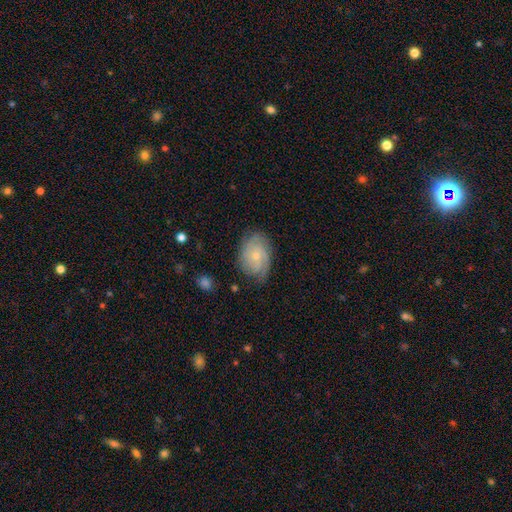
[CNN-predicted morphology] Q: Smooth or featured?
A: featured or disk (68%); runner-up: smooth (25%)
Q: Edge-on disk?
A: no (97%); runner-up: yes (3%)
Q: Bar?
A: no (75%); runner-up: weak (22%)
Q: Spiral arms?
A: yes (92%); runner-up: no (8%)
Q: Spiral winding?
A: tight (64%); runner-up: medium (28%)
Q: Spiral arm count?
A: can't tell (37%); runner-up: 2 (23%)
Q: Bulge size?
A: small (66%); runner-up: moderate (30%)
Q: Merging?
A: none (73%); runner-up: minor disturbance (20%)